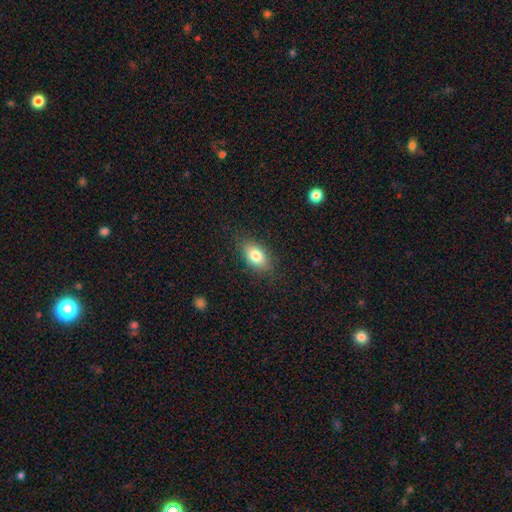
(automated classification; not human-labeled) This is clearly a smooth galaxy (80%). How rounded: clearly in between (88%). Merging: clearly none (83%).